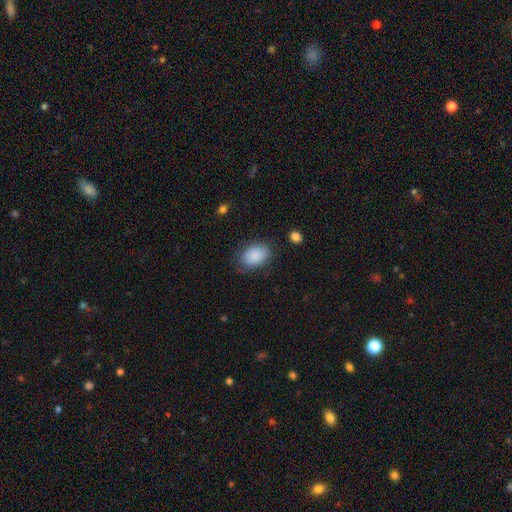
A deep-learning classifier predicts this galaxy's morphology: The model was most divided on "merging": none: 76%, minor disturbance: 17%, major disturbance: 5%, merger: 2%. More confident: smooth or featured — smooth (88%); how rounded — in between (85%).